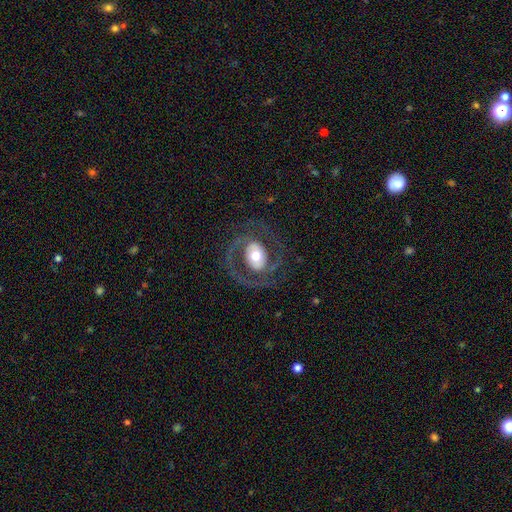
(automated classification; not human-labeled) featured or disk 78%, smooth 17%, star or artifact 6%. Down the decision tree: edge-on disk — no (96%); bar — no (53%); spiral arms — yes (79%); spiral arm count — 2 (83%); spiral winding — medium (50%); bulge size — moderate (61%); merging — none (73%).